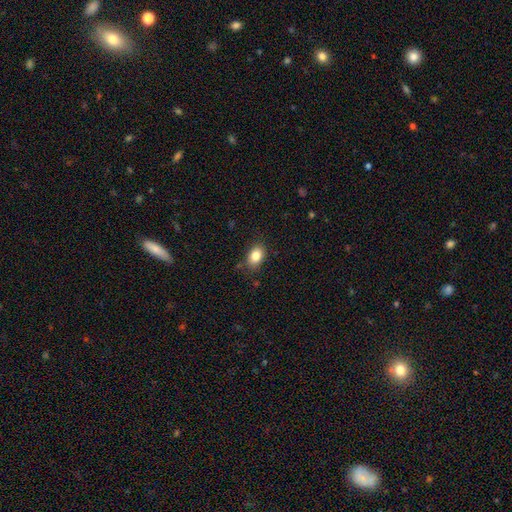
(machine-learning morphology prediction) This appears to be a smooth galaxy with no disk features (84%) that is in between round and cigar-shaped (80%). Merging: none (81%).